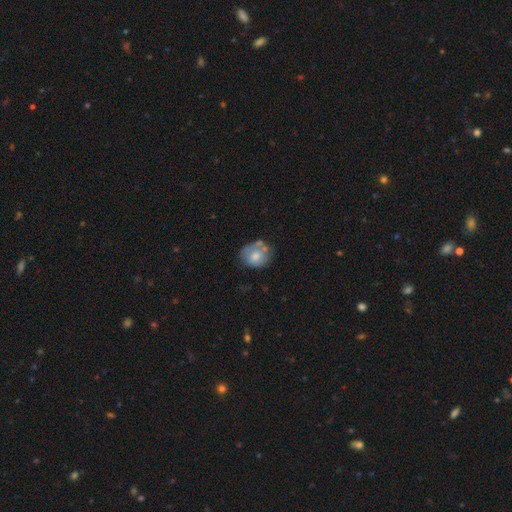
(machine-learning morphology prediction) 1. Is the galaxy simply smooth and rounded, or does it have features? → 65% smooth, 27% featured or disk, 8% star or artifact.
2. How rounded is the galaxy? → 56% round, 43% in between, 1% cigar-shaped.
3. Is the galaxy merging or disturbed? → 50% none, 27% minor disturbance, 14% merger, 10% major disturbance.